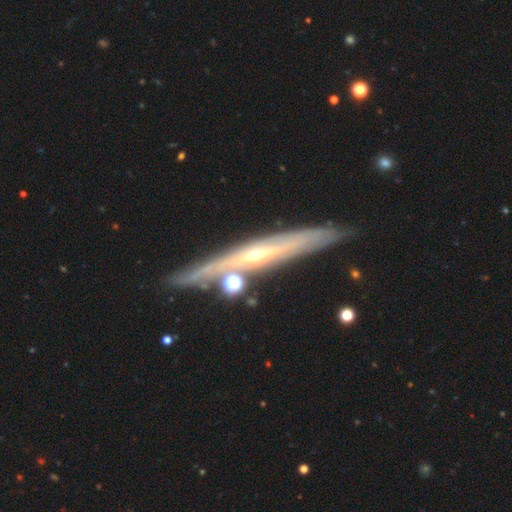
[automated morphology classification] smooth_or_featured: featured or disk (p=0.81) [alt: smooth p=0.12]
disk_edge_on: yes (p=0.88) [alt: no p=0.12]
edge_on_bulge: rounded (p=0.66) [alt: none p=0.30]
merging: none (p=0.81) [alt: minor disturbance p=0.11]